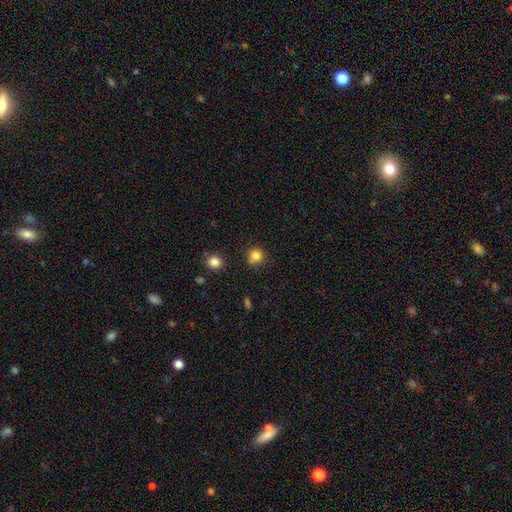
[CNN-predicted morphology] Smooth or featured? smooth (82%)
How rounded? round (91%)
Merging? none (76%)